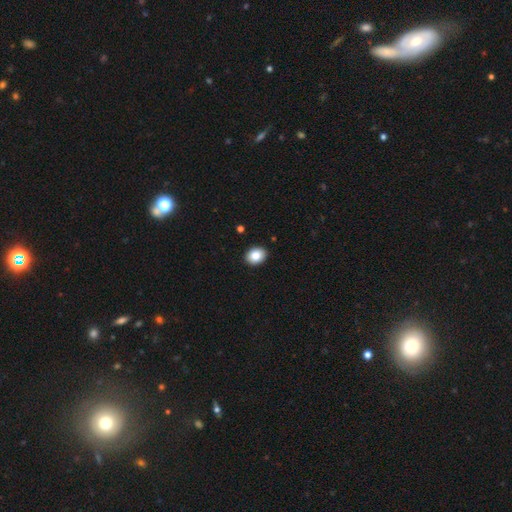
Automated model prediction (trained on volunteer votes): A smooth galaxy with no disk features (84%) that is in between round and cigar-shaped (61%).

Vote fractions:
- Smooth or featured? smooth: 84% / star or artifact: 8% / featured or disk: 7%
- How rounded? in between: 61% / round: 38% / cigar-shaped: 1%
- Merging? none: 91% / minor disturbance: 7% / major disturbance: 2% / merger: 1%